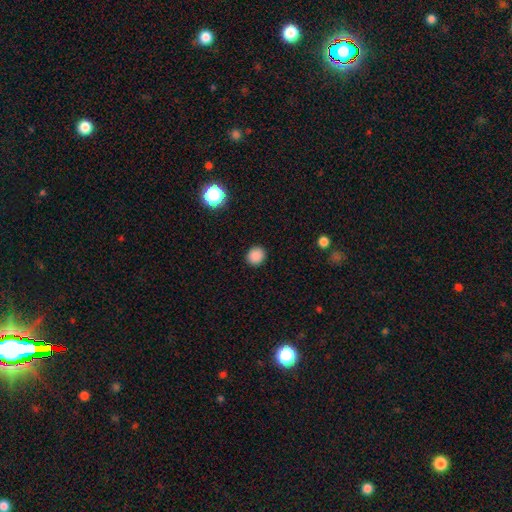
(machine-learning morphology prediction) Overall: smooth (87%). How rounded: round (84%). Merging: none (91%).